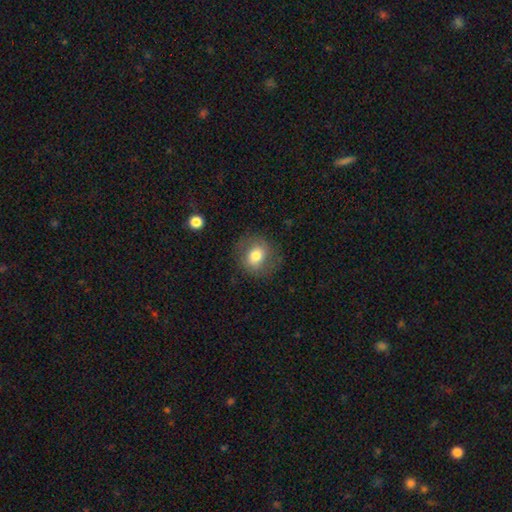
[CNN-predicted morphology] Smooth or featured? smooth (68%)
How rounded? round (69%)
Merging? none (77%)